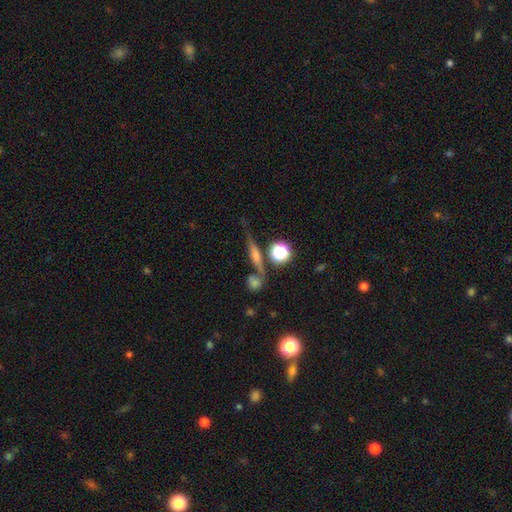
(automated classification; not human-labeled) Overall: featured or disk (54%; smooth 28%). Edge-on disk: yes (90%). Merging: none (72%).